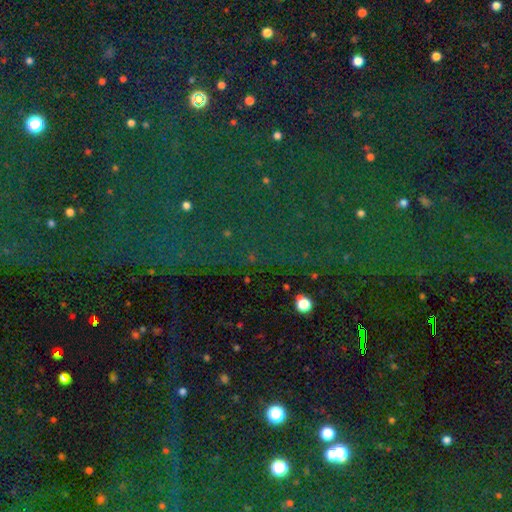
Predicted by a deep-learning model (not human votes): A star or artifact, not a galaxy (83%).